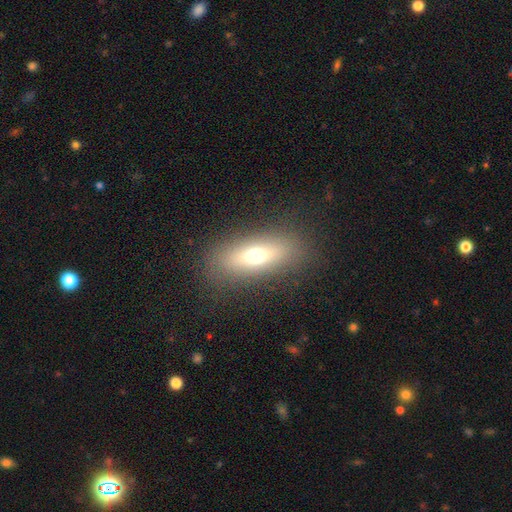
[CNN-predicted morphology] Smooth or featured? Predicted: smooth (p=0.62). How rounded? Predicted: in between (p=0.69). Merging? Predicted: none (p=0.84).